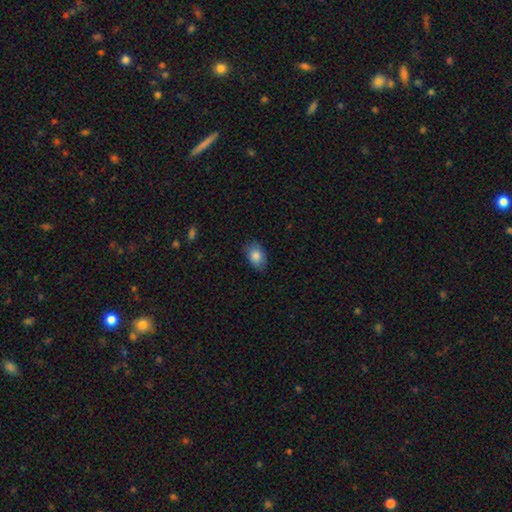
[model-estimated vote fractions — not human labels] smooth_or_featured: smooth (p=0.85) [alt: featured or disk p=0.08]
how_rounded: in between (p=0.86) [alt: round p=0.13]
merging: none (p=0.80) [alt: minor disturbance p=0.16]